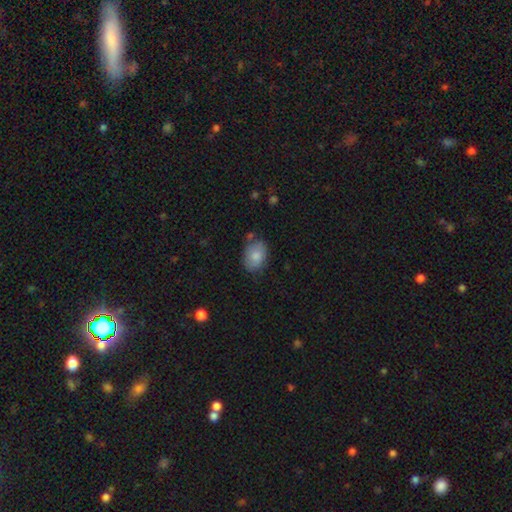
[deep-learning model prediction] This appears to be a smooth galaxy with no disk features (83%) that is in between round and cigar-shaped (80%). Merging: none (72%).